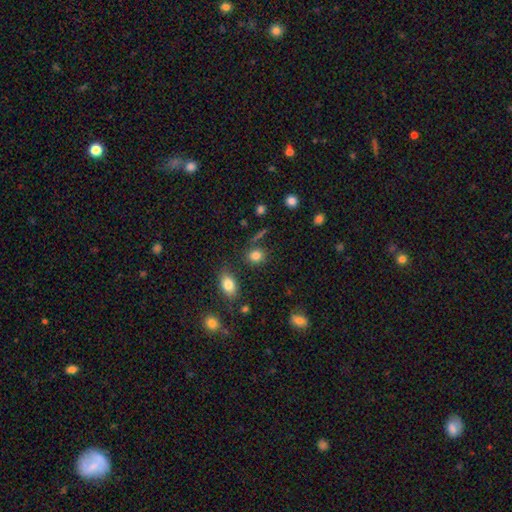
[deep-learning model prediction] This is clearly a smooth galaxy (82%). How rounded: likely round (68%). Merging: likely none (77%).